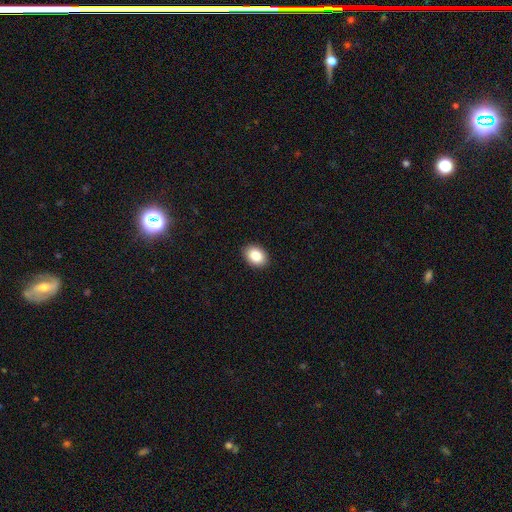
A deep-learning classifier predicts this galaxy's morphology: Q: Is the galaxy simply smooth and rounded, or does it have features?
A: smooth — 87%.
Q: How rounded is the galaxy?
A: in between — 79%.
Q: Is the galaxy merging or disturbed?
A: none — 90%.